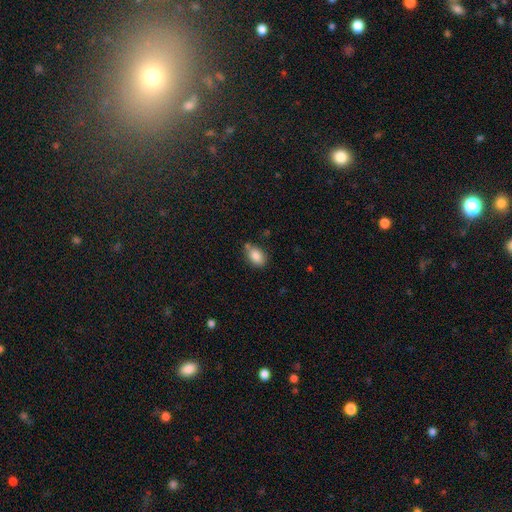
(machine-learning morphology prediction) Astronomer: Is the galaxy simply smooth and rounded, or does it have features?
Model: smooth — 86%.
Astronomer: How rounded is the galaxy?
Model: in between — 88%.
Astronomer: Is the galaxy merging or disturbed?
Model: none — 67%.